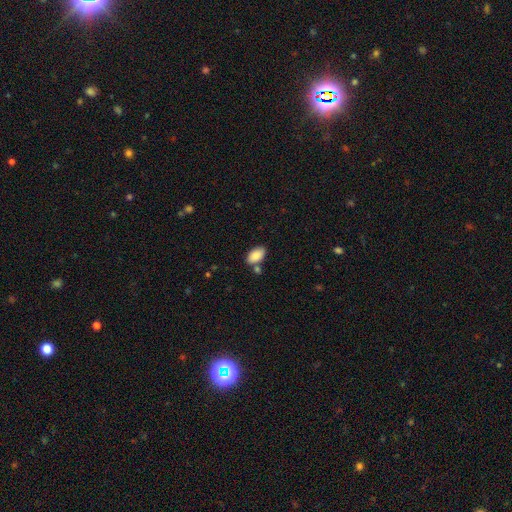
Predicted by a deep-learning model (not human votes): Q: Smooth or featured?
A: smooth (87%); runner-up: star or artifact (7%)
Q: How rounded?
A: in between (94%); runner-up: round (4%)
Q: Merging?
A: none (70%); runner-up: merger (14%)